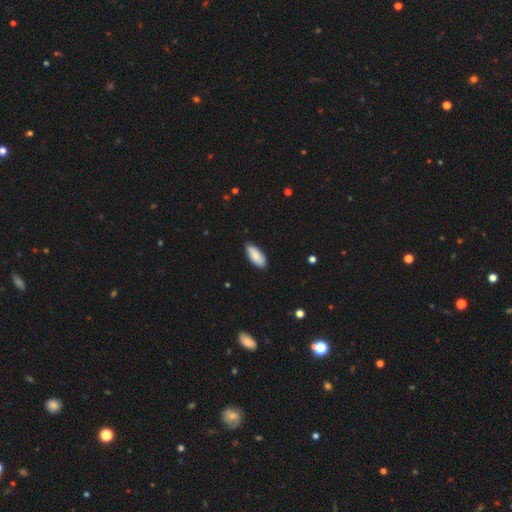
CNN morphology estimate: Smooth or featured? smooth (83%)
How rounded? in between (84%)
Merging? none (85%)